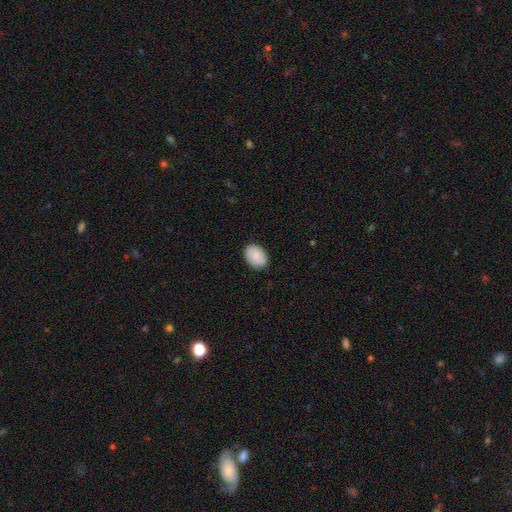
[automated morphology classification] Smooth or featured: smooth — 87% (featured or disk — 7%)
How rounded: in between — 80% (round — 19%)
Merging: none — 87% (minor disturbance — 10%)